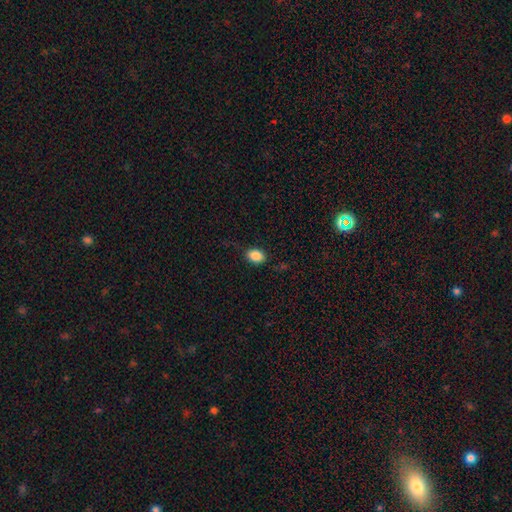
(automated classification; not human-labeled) This appears to be a smooth galaxy with no disk features (87%) that is in between round and cigar-shaped (77%). Merging: none (79%).